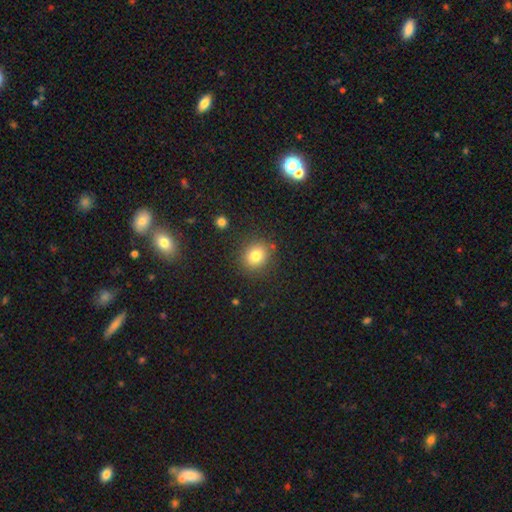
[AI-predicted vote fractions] This is likely a smooth galaxy (80%). How rounded: likely round (75%). Merging: clearly none (84%).